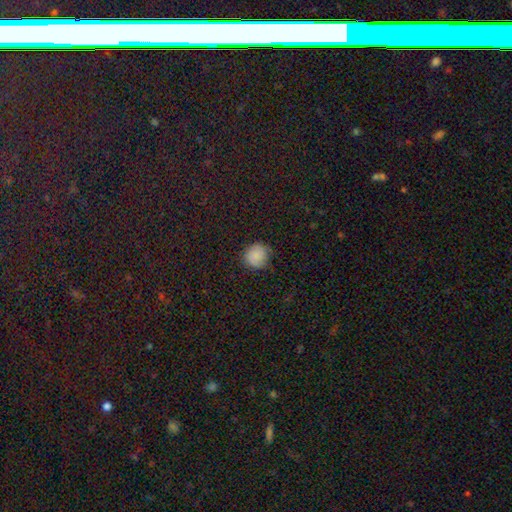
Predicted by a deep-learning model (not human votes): Smooth or featured? smooth (83%)
How rounded? round (88%)
Merging? none (78%)